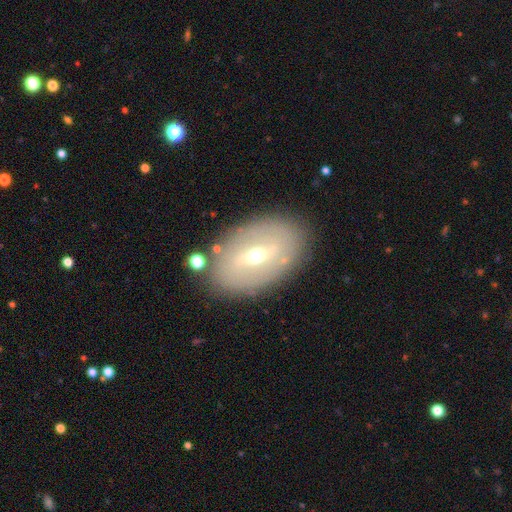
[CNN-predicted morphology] featured or disk 59%, smooth 33%, star or artifact 8%. Down the decision tree: edge-on disk — no (88%); bar — weak (47%); spiral arms — no (70%); bulge size — moderate (52%); merging — none (83%).